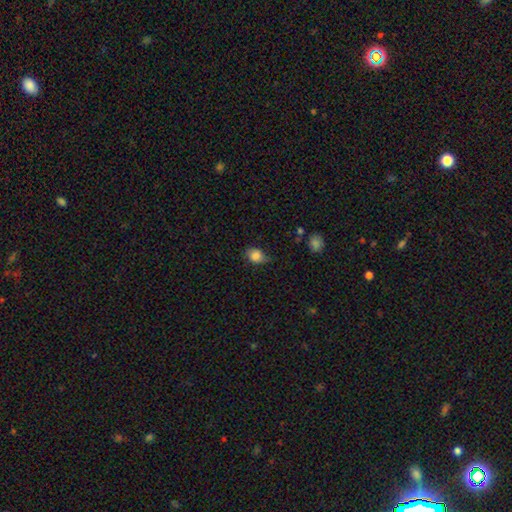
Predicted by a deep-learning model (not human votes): The model was most divided on "how rounded": in between: 58%, round: 41%, cigar-shaped: 1%. More confident: smooth or featured — smooth (83%); merging — none (54%).